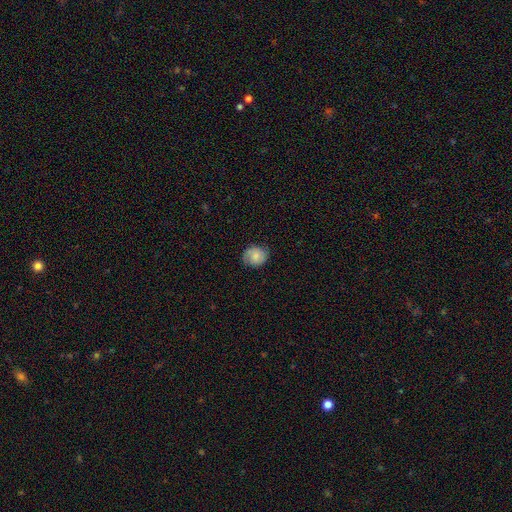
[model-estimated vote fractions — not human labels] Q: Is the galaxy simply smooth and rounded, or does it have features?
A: smooth — 70%.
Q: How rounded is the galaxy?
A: round — 74%.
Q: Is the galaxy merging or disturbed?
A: none — 77%.